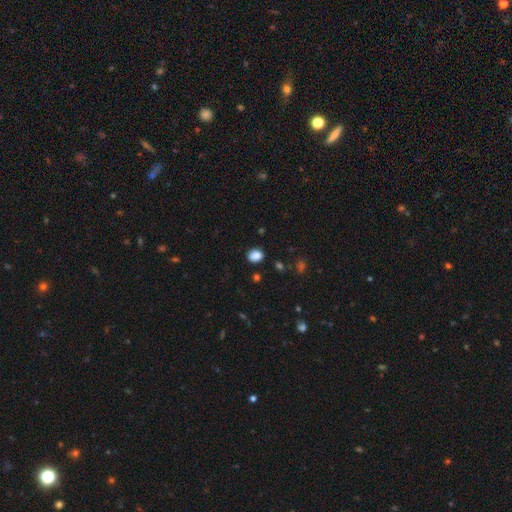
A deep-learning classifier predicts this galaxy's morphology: Smooth or featured? smooth (86%)
How rounded? in between (51%)
Merging? none (85%)